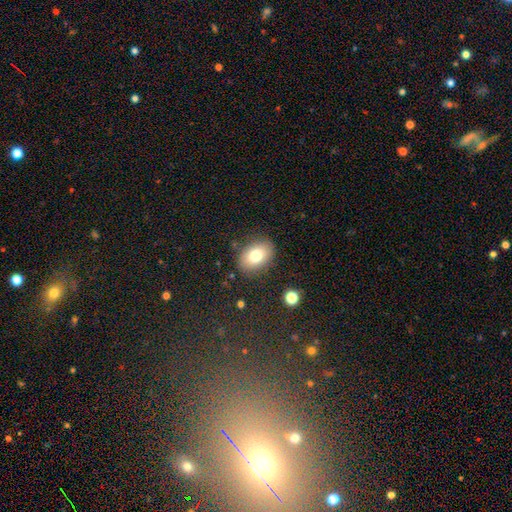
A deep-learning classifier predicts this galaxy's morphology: Smooth or featured? smooth (78%)
How rounded? in between (79%)
Merging? none (84%)